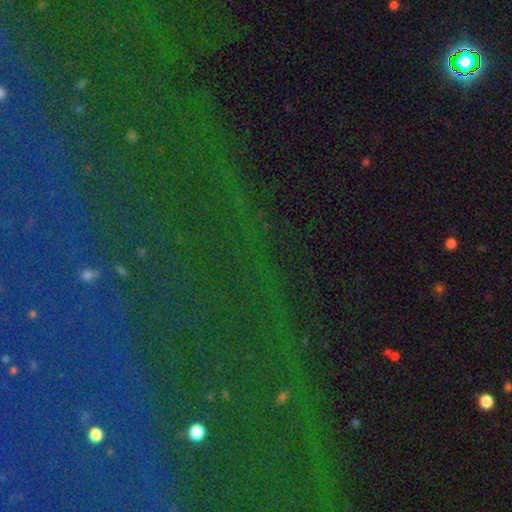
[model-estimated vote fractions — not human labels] Smooth or featured?
  - star or artifact: 82% *
  - featured or disk: 9%
  - smooth: 9%